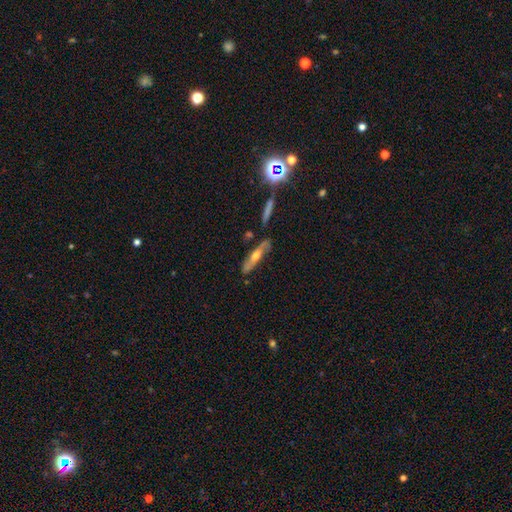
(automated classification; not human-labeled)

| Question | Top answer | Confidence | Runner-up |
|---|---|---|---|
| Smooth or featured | featured or disk | 55% | smooth (39%) |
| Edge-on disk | yes | 67% | no (33%) |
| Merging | none | 73% | minor disturbance (17%) |